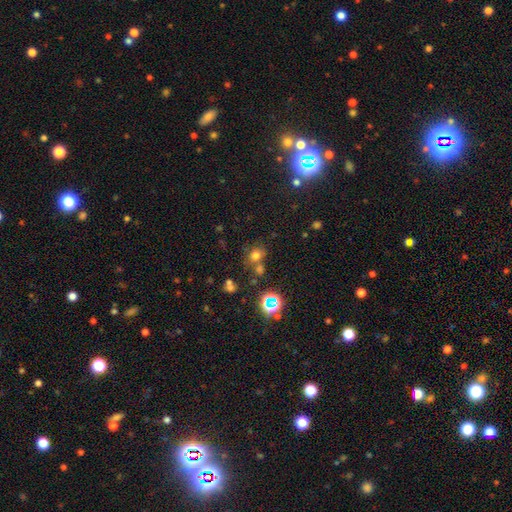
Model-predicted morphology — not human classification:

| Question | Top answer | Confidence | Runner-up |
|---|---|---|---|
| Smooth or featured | smooth | 66% | star or artifact (25%) |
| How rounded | round | 69% | in between (30%) |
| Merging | none | 61% | merger (21%) |